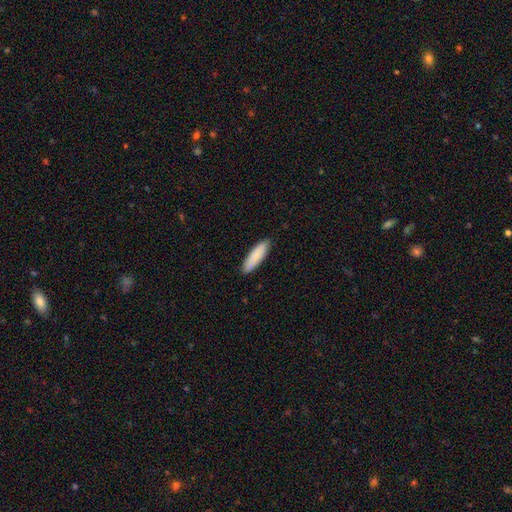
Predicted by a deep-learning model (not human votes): A smooth galaxy with no disk features (86%) that is cigar-shaped (65%). Merging: none (89%).